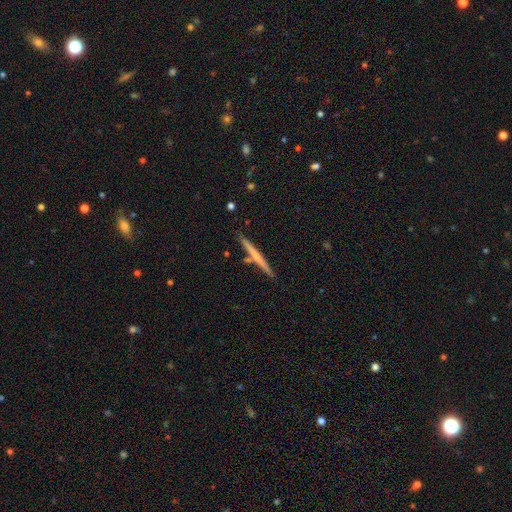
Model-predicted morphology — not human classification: This appears to be a smooth galaxy with no disk features (48%). Merging: none (85%).